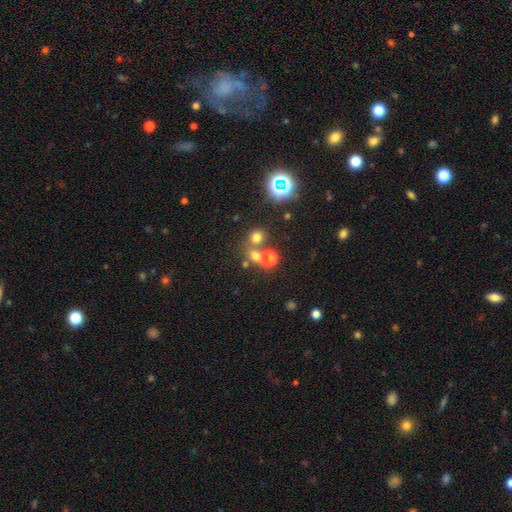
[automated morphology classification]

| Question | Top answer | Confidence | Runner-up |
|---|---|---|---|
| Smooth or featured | smooth | 62% | star or artifact (27%) |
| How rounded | round | 80% | in between (19%) |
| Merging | none | 56% | merger (33%) |